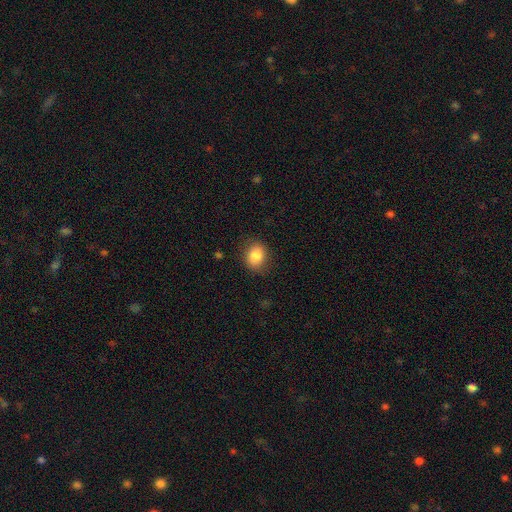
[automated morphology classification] type=smooth (85%); roundness=round (53%); merging=none (83%).